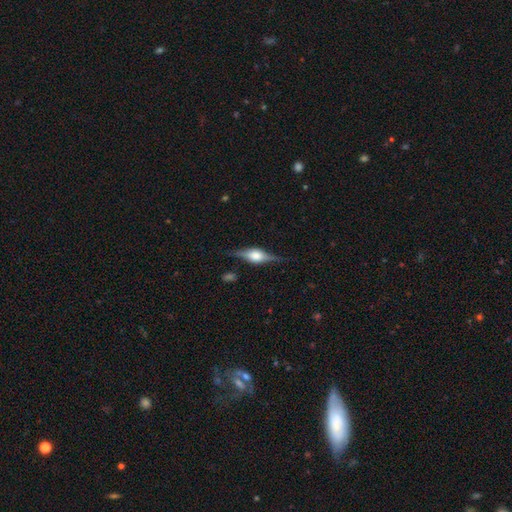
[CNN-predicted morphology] A featured or disk galaxy (79%) viewed edge-on (97%) with a rounded central bulge (87%). Merging: none (84%).